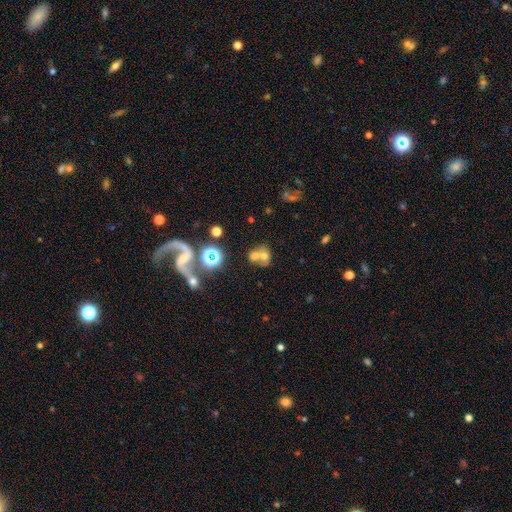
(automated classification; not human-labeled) Q: Smooth or featured?
A: smooth (52%); runner-up: featured or disk (27%)
Q: How rounded?
A: round (66%); runner-up: in between (33%)
Q: Merging?
A: merger (59%); runner-up: none (28%)